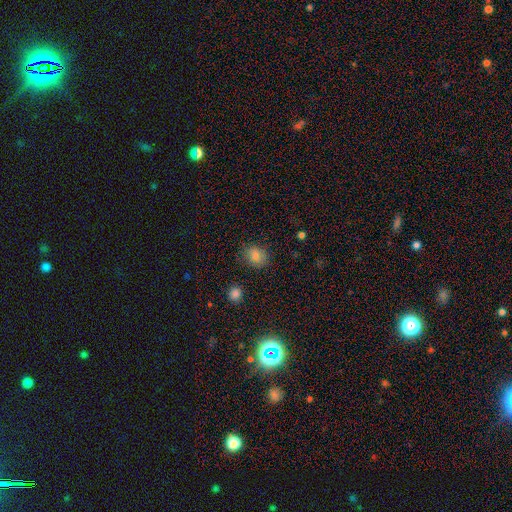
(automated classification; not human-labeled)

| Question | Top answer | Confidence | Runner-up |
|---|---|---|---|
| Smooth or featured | smooth | 82% | star or artifact (12%) |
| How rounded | round | 64% | in between (35%) |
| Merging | none | 82% | minor disturbance (13%) |